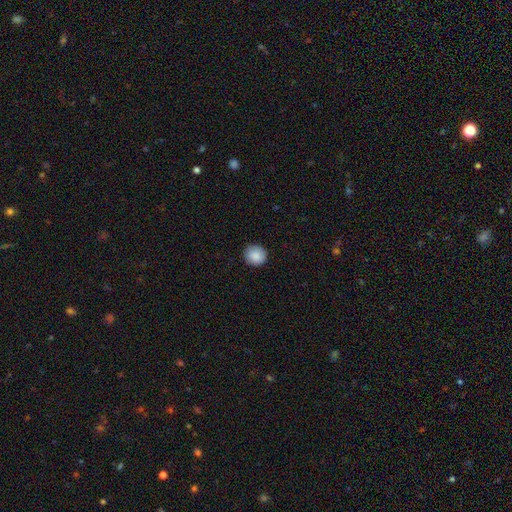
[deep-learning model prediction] A smooth galaxy with no disk features (89%) that is round (92%).

Vote fractions:
- Smooth or featured? smooth: 89% / star or artifact: 8% / featured or disk: 4%
- How rounded? round: 92% / in between: 8% / cigar-shaped: 1%
- Merging? none: 90% / minor disturbance: 7% / major disturbance: 2% / merger: 1%